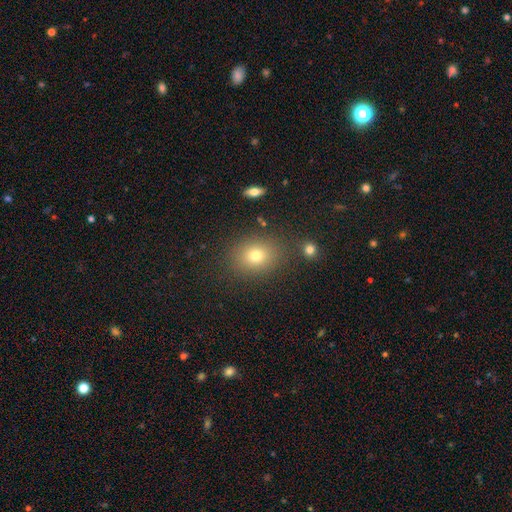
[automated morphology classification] smooth-or-featured: smooth: 74% | star or artifact: 15% | featured or disk: 11%
  how-rounded: round: 61% | in between: 38% | cigar-shaped: 1%
  merging: none: 84% | minor disturbance: 9% | major disturbance: 3% | merger: 3%